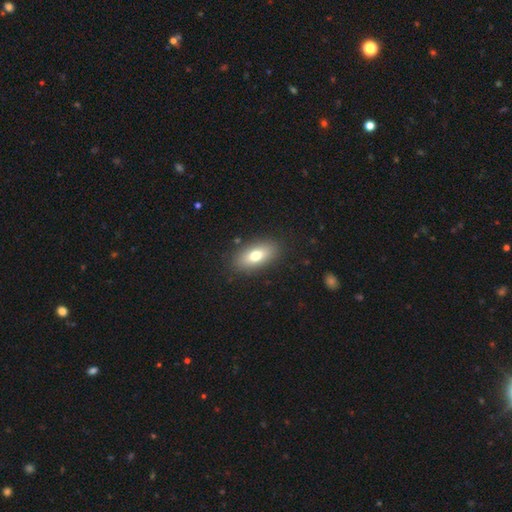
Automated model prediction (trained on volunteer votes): The model was most divided on "smooth or featured": smooth: 73%, featured or disk: 19%, star or artifact: 8%. More confident: merging — none (87%); how rounded — in between (86%).